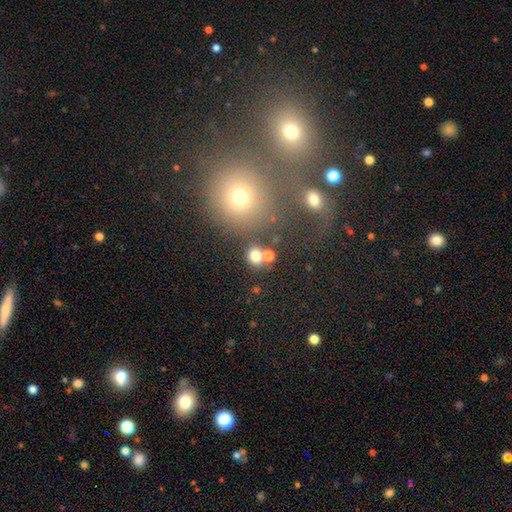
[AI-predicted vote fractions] A smooth galaxy with no disk features (76%) that is round (71%). Merging: none (60%).